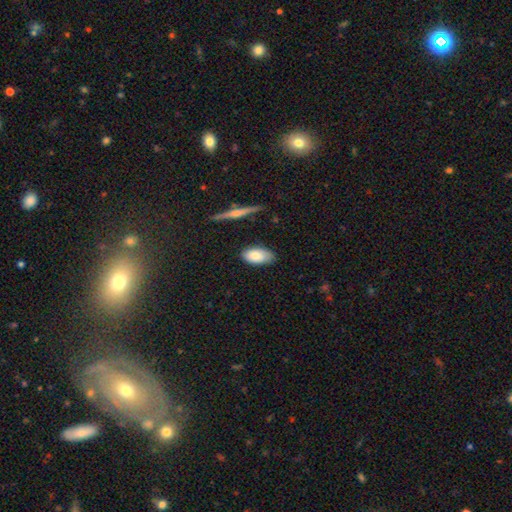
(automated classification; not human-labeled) Morphology: type=smooth (80%); roundness=in between (92%); merging=none (78%).